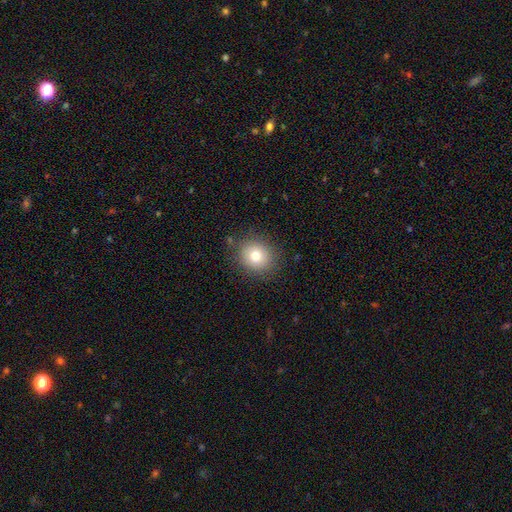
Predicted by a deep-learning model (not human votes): Q: Smooth or featured?
A: smooth (77%); runner-up: star or artifact (12%)
Q: How rounded?
A: round (84%); runner-up: in between (15%)
Q: Merging?
A: none (86%); runner-up: minor disturbance (9%)